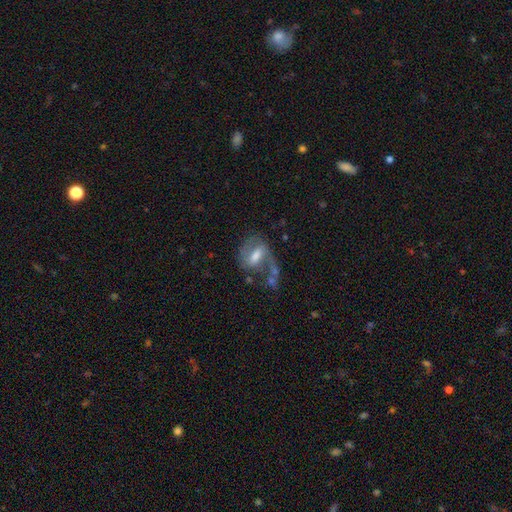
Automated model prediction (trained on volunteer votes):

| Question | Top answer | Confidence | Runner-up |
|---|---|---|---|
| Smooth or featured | featured or disk | 65% | smooth (26%) |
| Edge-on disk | no | 95% | yes (5%) |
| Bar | weak | 48% | strong (36%) |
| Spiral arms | yes | 80% | no (20%) |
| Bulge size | moderate | 53% | small (22%) |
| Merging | none | 38% | major disturbance (28%) |